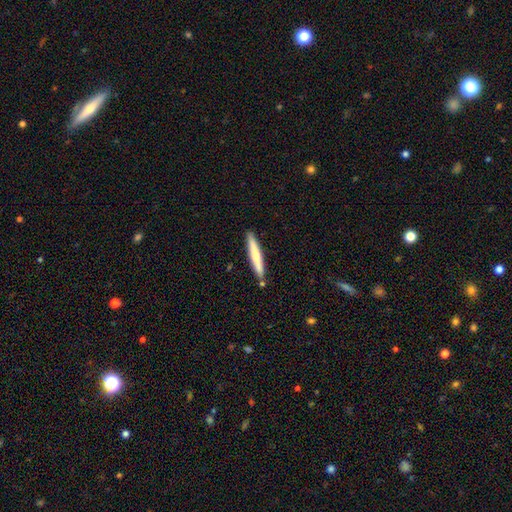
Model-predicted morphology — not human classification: type=smooth (62%); roundness=cigar-shaped (95%); merging=none (85%).